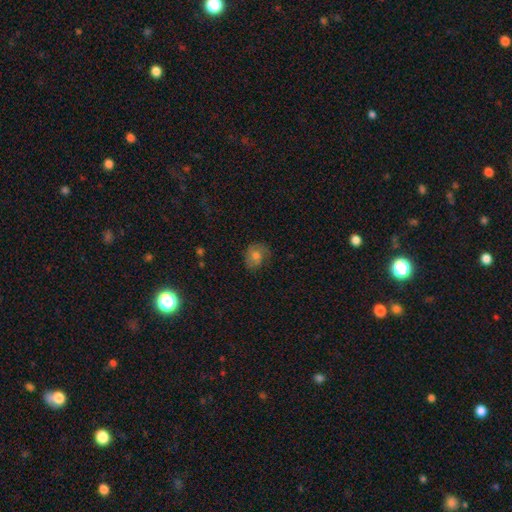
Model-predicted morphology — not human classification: A smooth galaxy with no disk features (53%) that is round (60%). Merging: none (63%).